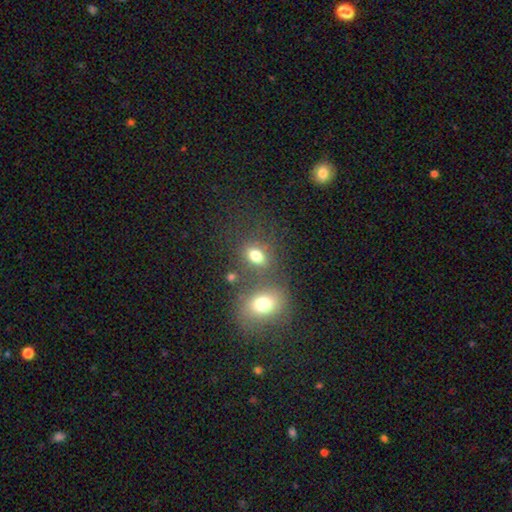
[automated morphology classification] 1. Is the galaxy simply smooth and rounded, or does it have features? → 75% smooth, 14% star or artifact, 10% featured or disk.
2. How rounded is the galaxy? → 62% in between, 37% round, 2% cigar-shaped.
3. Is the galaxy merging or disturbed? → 52% none, 31% merger, 11% minor disturbance, 7% major disturbance.